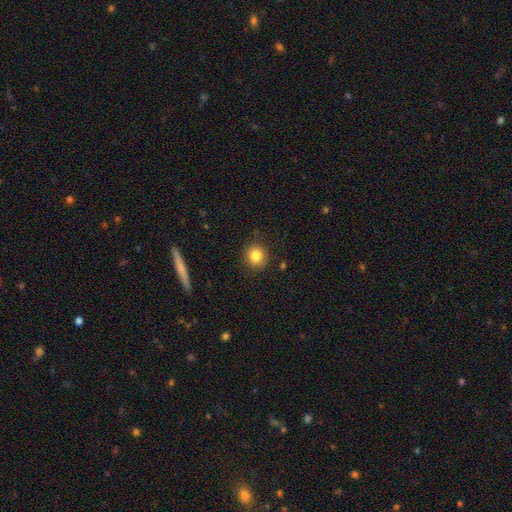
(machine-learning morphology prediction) smooth 83%, star or artifact 10%, featured or disk 7%. Down the decision tree: how rounded — round (86%); merging — none (87%).